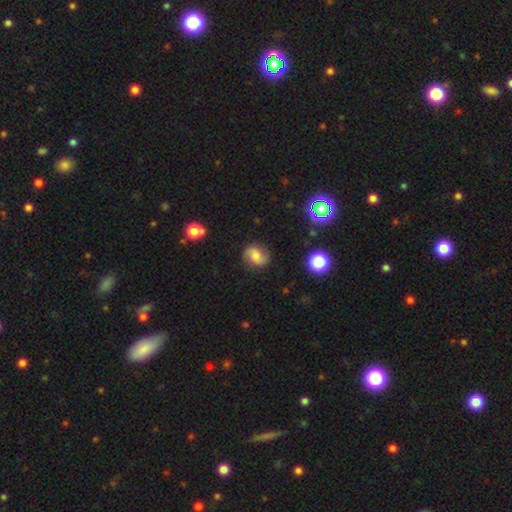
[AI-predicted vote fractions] smooth-or-featured: smooth: 45% | featured or disk: 44% | star or artifact: 11%
  merging: none: 80% | minor disturbance: 14% | major disturbance: 4% | merger: 2%